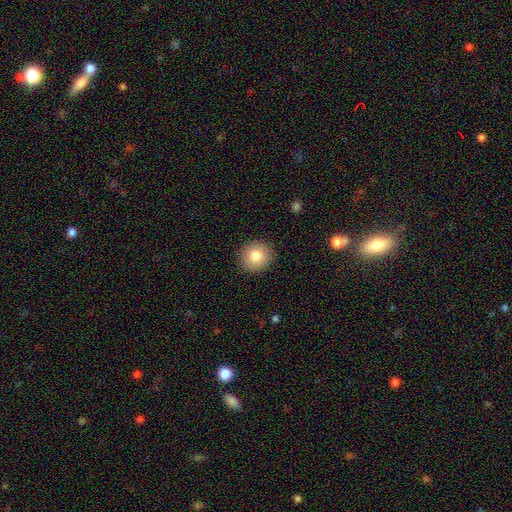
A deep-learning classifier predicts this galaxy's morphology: type=smooth (81%); roundness=round (88%); merging=none (91%).